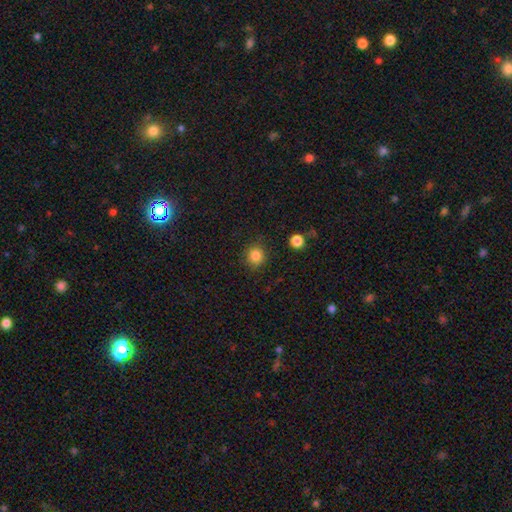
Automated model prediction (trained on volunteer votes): smooth_or_featured: smooth (p=0.85) [alt: star or artifact p=0.11]
how_rounded: round (p=0.89) [alt: in between p=0.10]
merging: none (p=0.88) [alt: minor disturbance p=0.08]